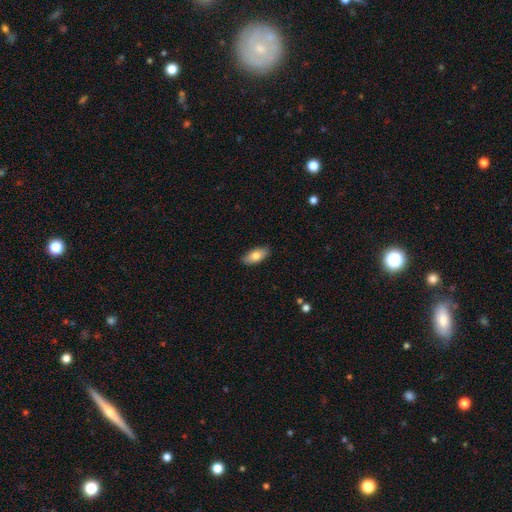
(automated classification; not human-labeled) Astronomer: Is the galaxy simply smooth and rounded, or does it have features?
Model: smooth — 77%.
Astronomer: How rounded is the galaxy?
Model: in between — 89%.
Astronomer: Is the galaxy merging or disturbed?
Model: none — 88%.